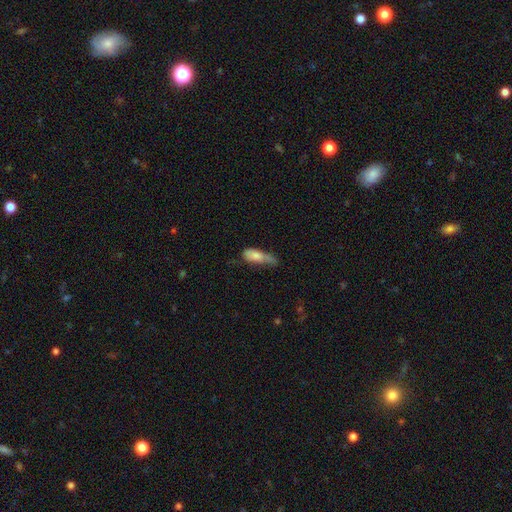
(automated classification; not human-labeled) Overall: smooth (73%). How rounded: in between (61%; cigar-shaped 36%). Merging: minor disturbance (39%; none 28%).